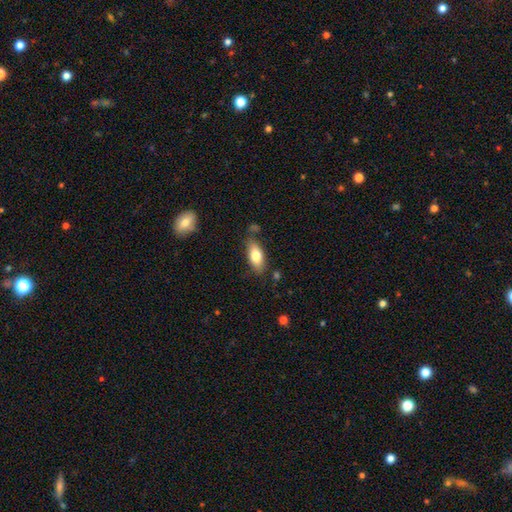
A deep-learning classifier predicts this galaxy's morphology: Smooth or featured? Predicted: smooth (p=0.77). How rounded? Predicted: in between (p=0.85). Merging? Predicted: none (p=0.74).